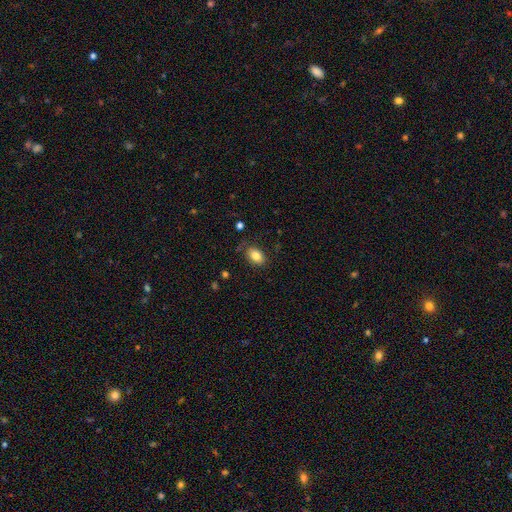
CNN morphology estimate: smooth 83%, featured or disk 9%, star or artifact 9%. Down the decision tree: how rounded — in between (85%); merging — none (78%).